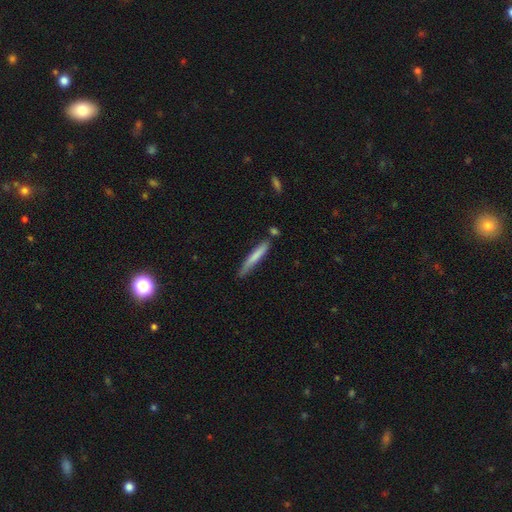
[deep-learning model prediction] Smooth or featured? smooth (72%)
How rounded? cigar-shaped (95%)
Merging? none (68%)